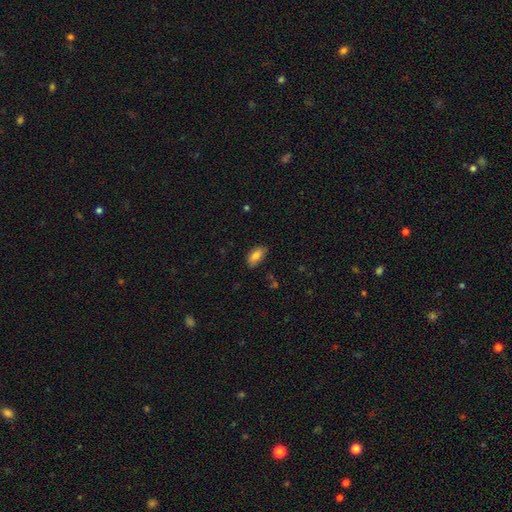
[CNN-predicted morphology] type=smooth (83%); roundness=in between (91%); merging=none (77%).